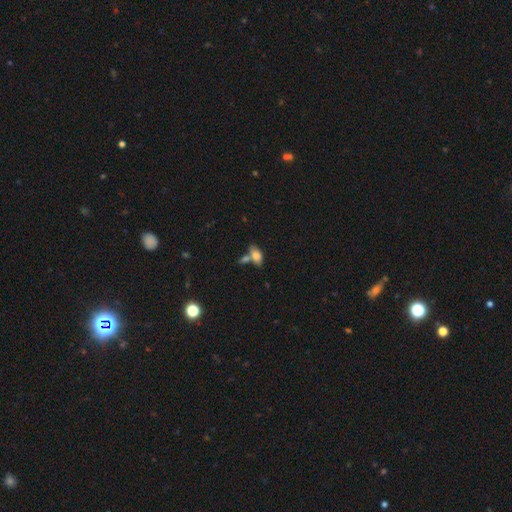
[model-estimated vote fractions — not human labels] Overall: smooth (74%). How rounded: in between (88%). Merging: none (45%; merger 33%).